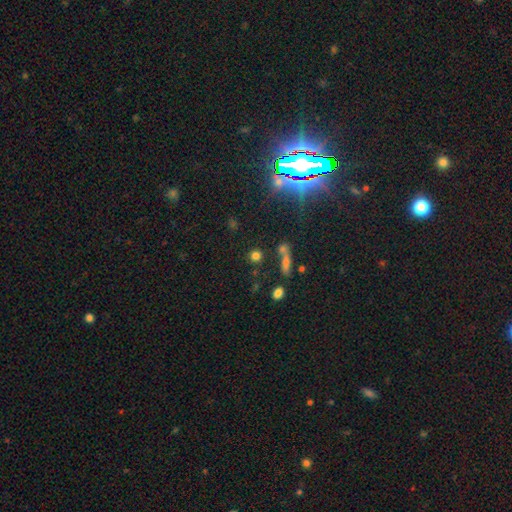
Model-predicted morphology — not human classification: Smooth or featured?
  - smooth: 73% *
  - star or artifact: 19%
  - featured or disk: 8%
How rounded?
  - round: 84% *
  - in between: 12%
  - cigar-shaped: 4%
Merging?
  - none: 73% *
  - merger: 14%
  - minor disturbance: 9%
  - major disturbance: 4%